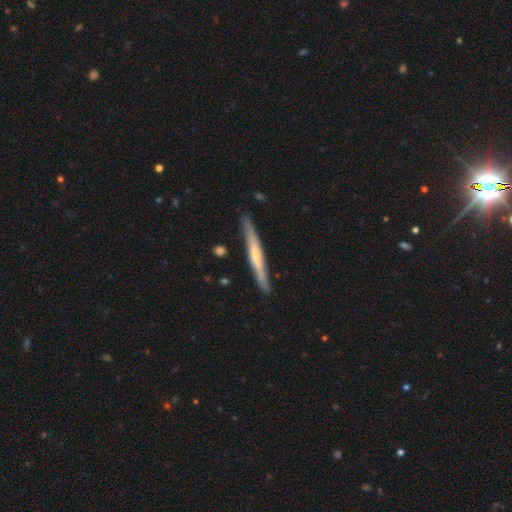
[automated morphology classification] Smooth or featured? featured or disk (54%)
Edge-on disk? yes (94%)
Edge-on bulge? none (46%, tied with rounded)
Merging? none (87%)